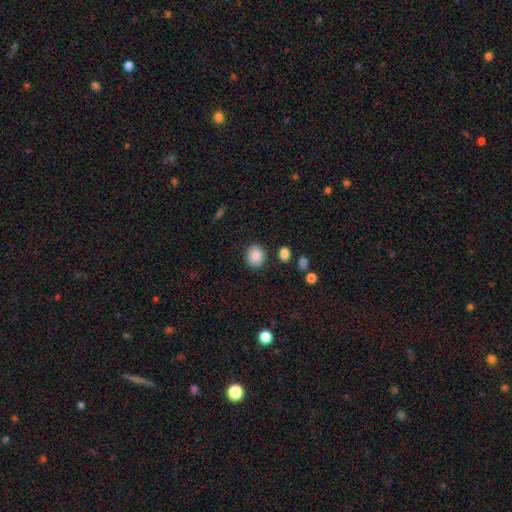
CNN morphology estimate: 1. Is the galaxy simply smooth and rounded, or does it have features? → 87% smooth, 8% star or artifact, 5% featured or disk.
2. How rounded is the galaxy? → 70% round, 29% in between, 1% cigar-shaped.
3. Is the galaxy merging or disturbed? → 83% none, 11% minor disturbance, 3% major disturbance, 3% merger.